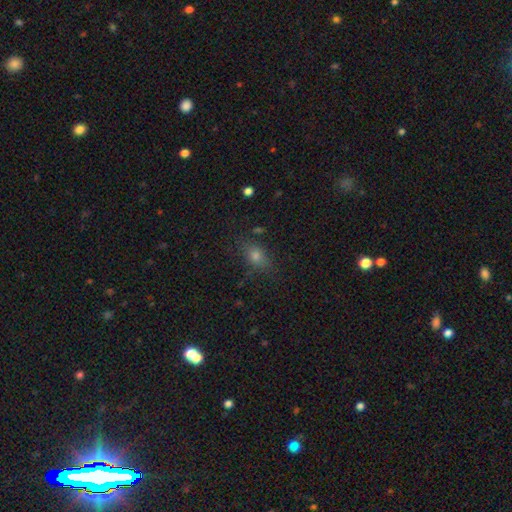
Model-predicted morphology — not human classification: smooth_or_featured: smooth (p=0.65) [alt: star or artifact p=0.21]
how_rounded: in between (p=0.66) [alt: round p=0.26]
merging: none (p=0.80) [alt: minor disturbance p=0.14]